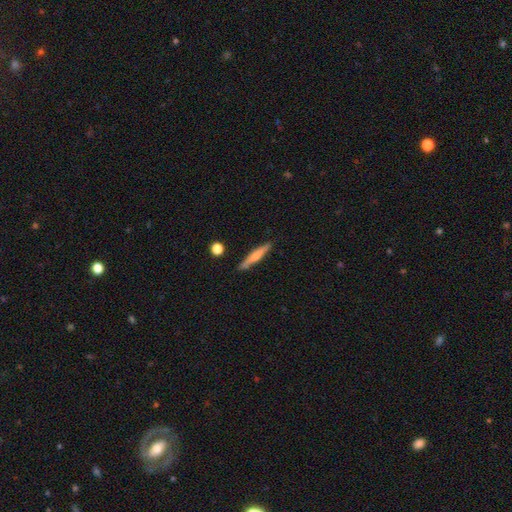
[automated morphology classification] This is possibly a smooth galaxy (57%). How rounded: clearly cigar-shaped (92%). Merging: clearly none (87%).